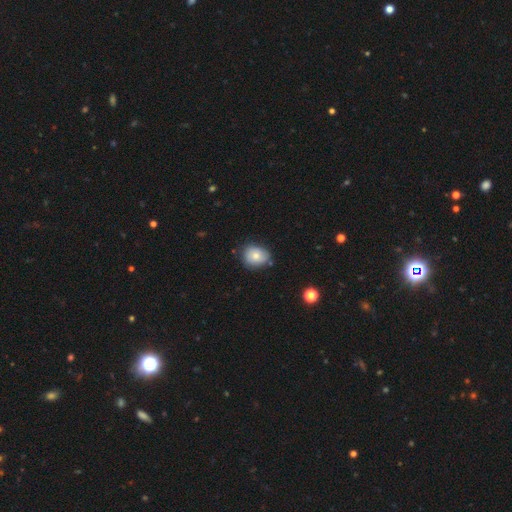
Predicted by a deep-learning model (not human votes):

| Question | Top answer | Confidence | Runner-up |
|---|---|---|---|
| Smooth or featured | smooth | 73% | featured or disk (18%) |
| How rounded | round | 64% | in between (35%) |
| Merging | none | 74% | minor disturbance (20%) |